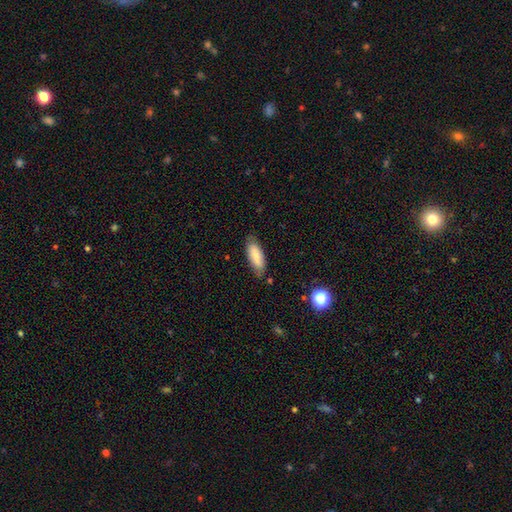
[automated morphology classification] A smooth galaxy with no disk features (81%) that is in between round and cigar-shaped (74%). Merging: none (75%).